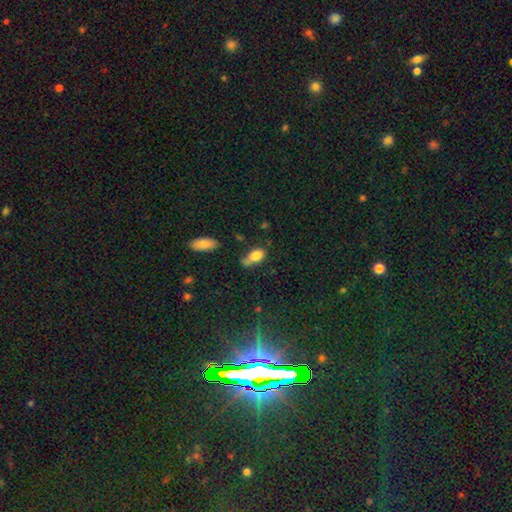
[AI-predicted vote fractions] Smooth or featured: smooth — 80% (featured or disk — 11%)
How rounded: in between — 88% (round — 8%)
Merging: none — 44% (minor disturbance — 25%)